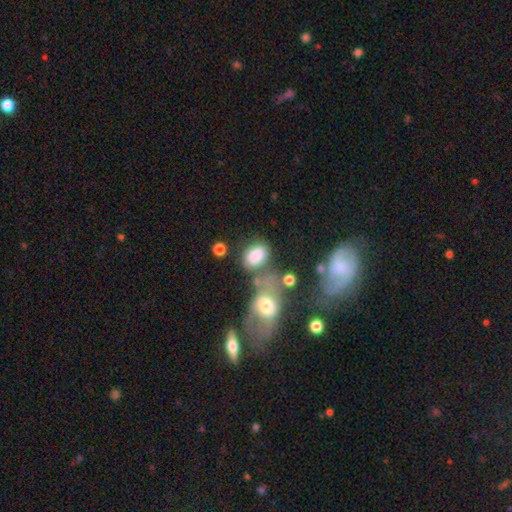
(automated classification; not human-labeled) This appears to be a smooth galaxy with no disk features (79%) that is in between round and cigar-shaped (80%). Merging: none (41%).